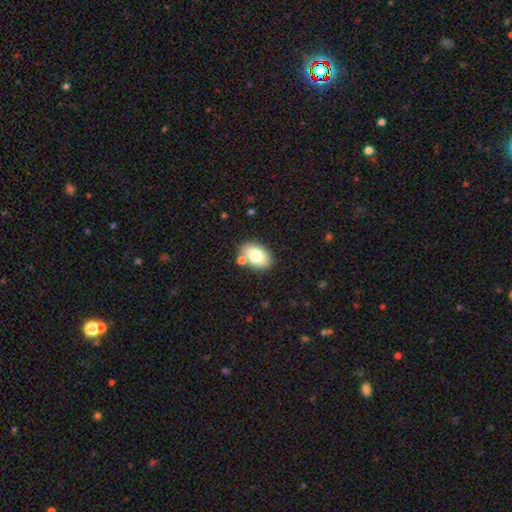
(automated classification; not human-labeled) A smooth galaxy with no disk features (76%) that is in between round and cigar-shaped (87%).

Vote fractions:
- Smooth or featured? smooth: 76% / featured or disk: 15% / star or artifact: 8%
- How rounded? in between: 87% / round: 12% / cigar-shaped: 1%
- Merging? none: 73% / minor disturbance: 12% / merger: 11% / major disturbance: 3%